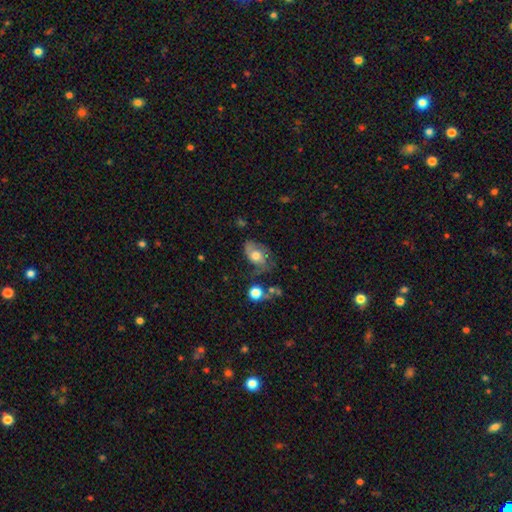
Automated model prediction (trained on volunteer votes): Smooth or featured?
  - smooth: 54% *
  - featured or disk: 37%
  - star or artifact: 10%
How rounded?
  - in between: 81% *
  - round: 17%
  - cigar-shaped: 2%
Merging?
  - none: 43% *
  - minor disturbance: 30%
  - major disturbance: 21%
  - merger: 6%